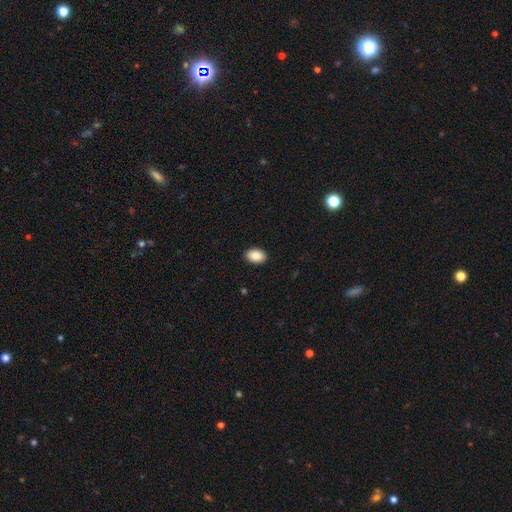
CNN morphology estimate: smooth_or_featured: smooth (p=0.90) [alt: star or artifact p=0.07]
how_rounded: in between (p=0.88) [alt: round p=0.11]
merging: none (p=0.91) [alt: minor disturbance p=0.07]